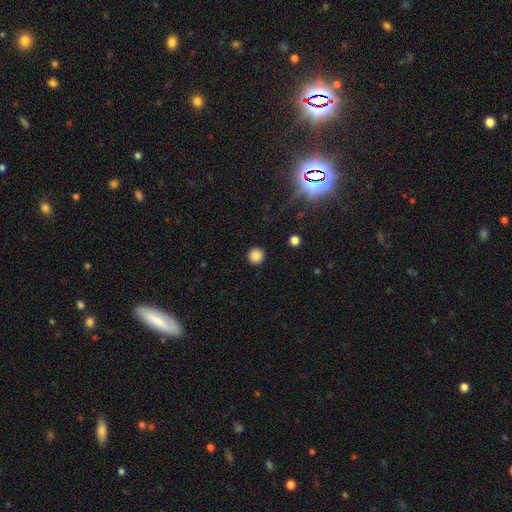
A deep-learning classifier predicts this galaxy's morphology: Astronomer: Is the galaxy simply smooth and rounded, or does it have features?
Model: smooth — 87%.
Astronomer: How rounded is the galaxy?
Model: round — 96%.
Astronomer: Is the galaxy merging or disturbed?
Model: none — 93%.